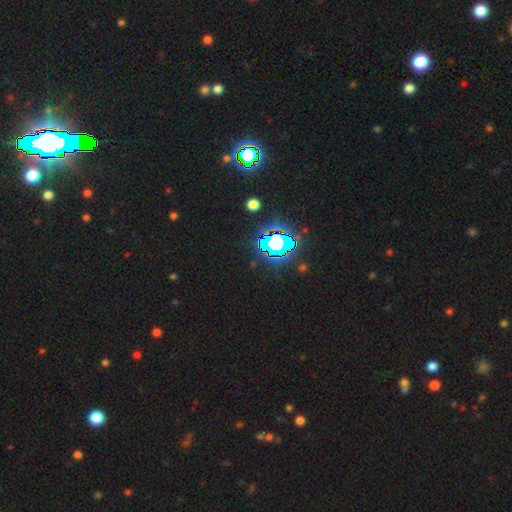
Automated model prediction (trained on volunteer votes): Overall: star or artifact (85%).